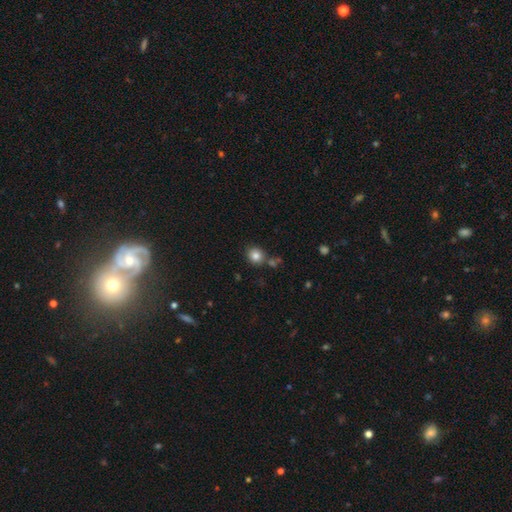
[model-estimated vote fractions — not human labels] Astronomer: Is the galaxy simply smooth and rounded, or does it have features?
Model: smooth — 83%.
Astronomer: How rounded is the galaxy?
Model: round — 84%.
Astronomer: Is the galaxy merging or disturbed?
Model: none — 76%.